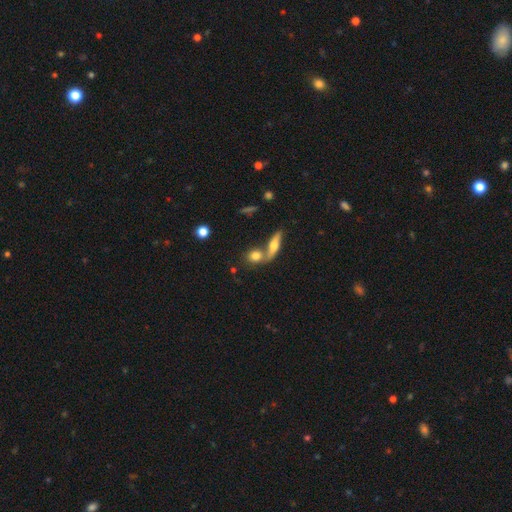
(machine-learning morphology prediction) This appears to be a smooth galaxy with no disk features (72%) that is round (51%). Merging: none (47%).